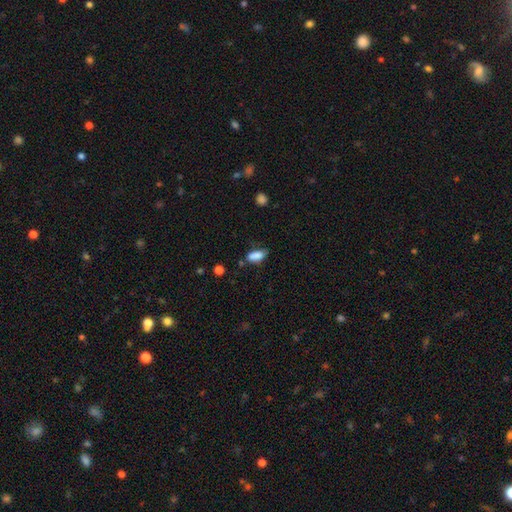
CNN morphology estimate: A smooth galaxy with no disk features (85%) that is in between round and cigar-shaped (83%). Merging: none (59%).